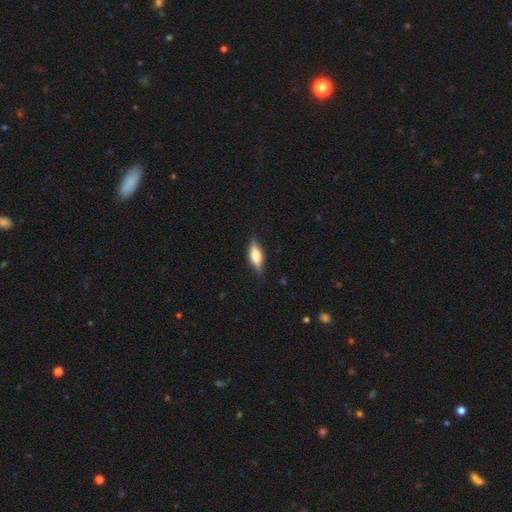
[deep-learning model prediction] This is possibly a smooth galaxy (58%). How rounded: likely in between (65%). Merging: likely none (80%).